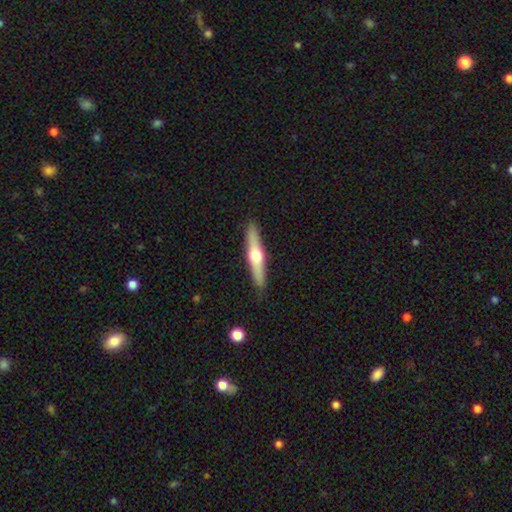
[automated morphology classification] A featured or disk galaxy (60%) viewed edge-on (95%) with a rounded central bulge (95%). Merging: none (90%).